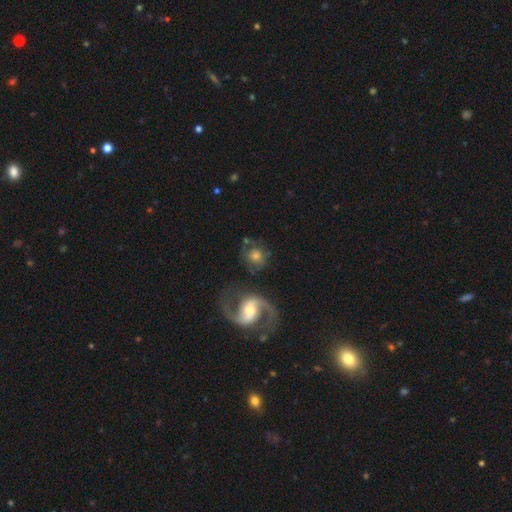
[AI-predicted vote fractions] Smooth or featured? Predicted: featured or disk (p=0.49). Merging? Predicted: none (p=0.63).